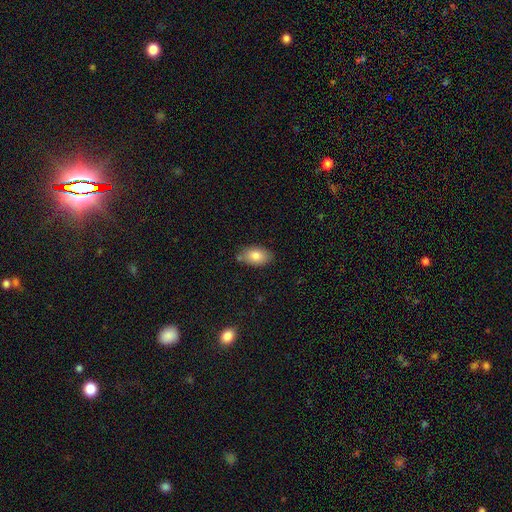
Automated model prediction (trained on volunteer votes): smooth_or_featured: smooth (p=0.82) [alt: featured or disk p=0.10]
how_rounded: in between (p=0.91) [alt: round p=0.07]
merging: none (p=0.76) [alt: minor disturbance p=0.16]